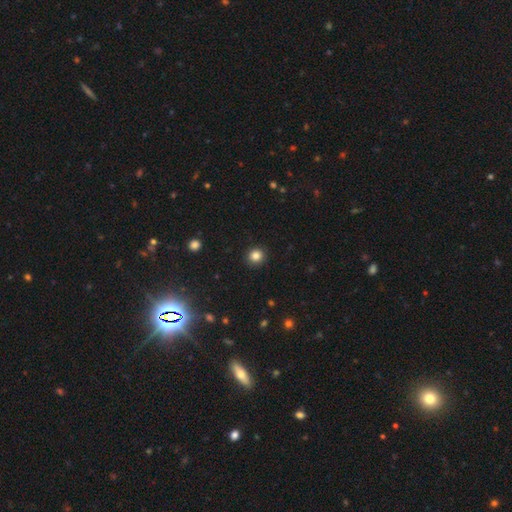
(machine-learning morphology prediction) This appears to be a smooth galaxy with no disk features (83%) that is round (91%). Merging: none (92%).